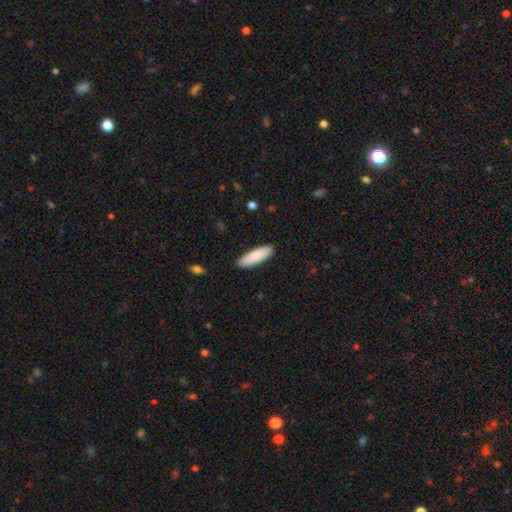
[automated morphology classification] Smooth or featured?
  - smooth: 84% *
  - featured or disk: 10%
  - star or artifact: 5%
How rounded?
  - cigar-shaped: 60% *
  - in between: 39%
  - round: 1%
Merging?
  - none: 90% *
  - minor disturbance: 8%
  - major disturbance: 2%
  - merger: 1%